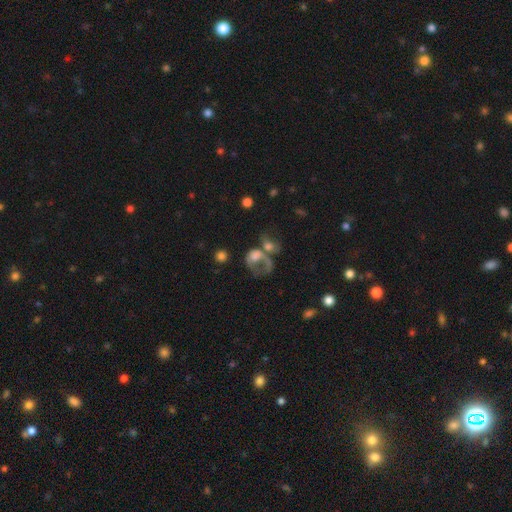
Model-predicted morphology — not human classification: type=smooth (50%); roundness=in between (55%); merging=merger (43%).